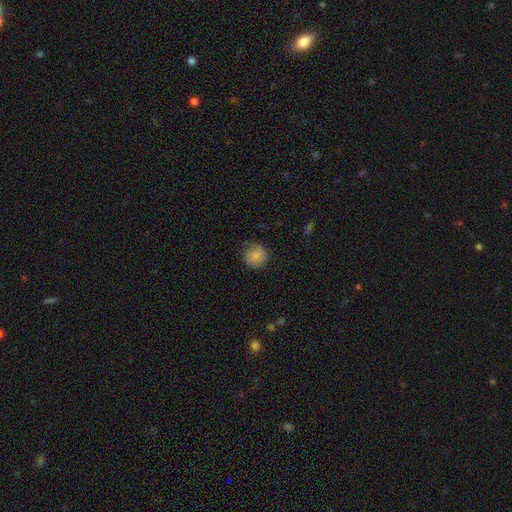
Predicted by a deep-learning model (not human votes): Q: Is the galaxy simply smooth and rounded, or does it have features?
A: smooth — 83%.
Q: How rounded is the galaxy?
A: round — 91%.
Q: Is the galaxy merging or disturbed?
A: none — 78%.